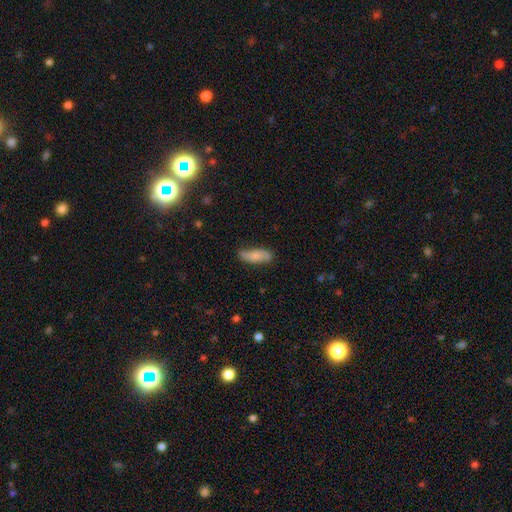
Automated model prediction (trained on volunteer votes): Overall: smooth (73%). How rounded: in between (62%; cigar-shaped 35%). Merging: none (73%).